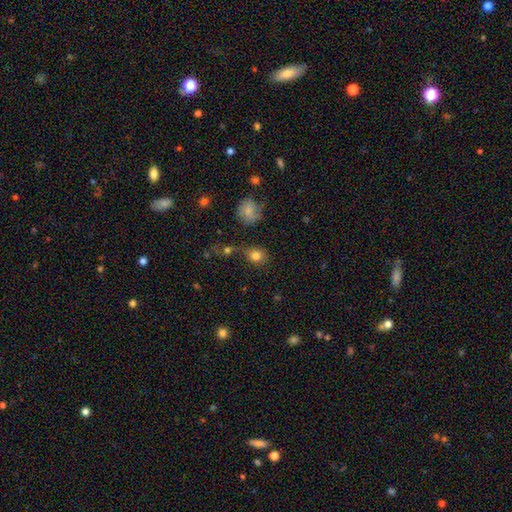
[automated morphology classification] This is clearly a smooth galaxy (81%). How rounded: likely round (68%). Merging: likely none (65%).